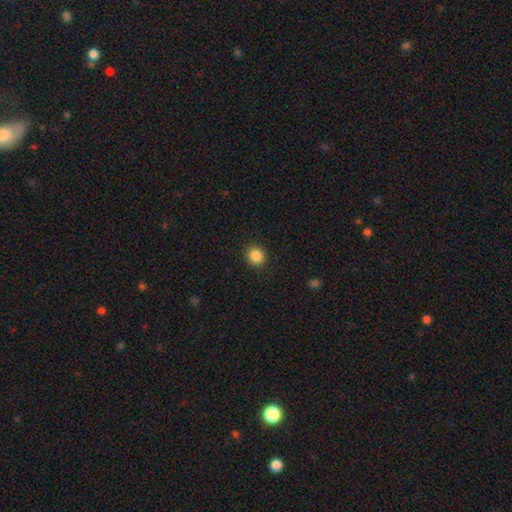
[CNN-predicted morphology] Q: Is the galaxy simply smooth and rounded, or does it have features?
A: smooth — 86%.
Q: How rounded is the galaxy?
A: round — 85%.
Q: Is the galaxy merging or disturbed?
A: none — 91%.